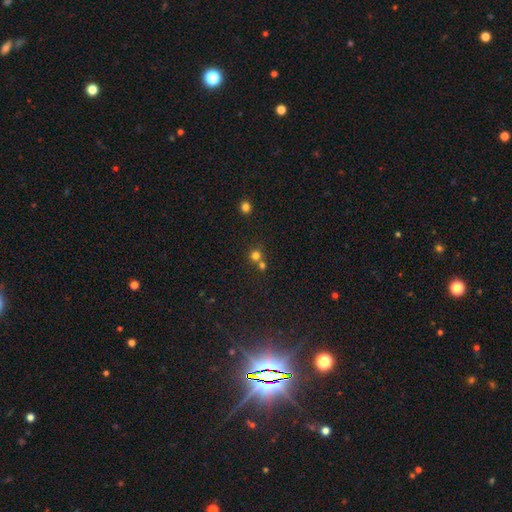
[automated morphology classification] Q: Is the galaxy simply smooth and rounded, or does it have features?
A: smooth — 76%.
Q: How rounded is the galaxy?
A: round — 90%.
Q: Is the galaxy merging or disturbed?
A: none — 53%.